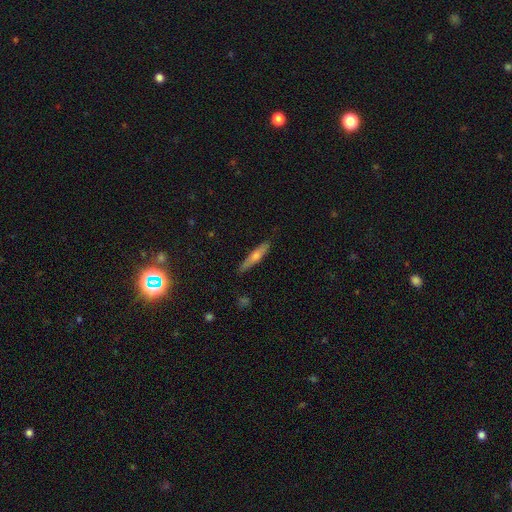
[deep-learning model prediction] smooth-or-featured: smooth: 50% | featured or disk: 43% | star or artifact: 7%
  how-rounded: cigar-shaped: 88% | in between: 10% | round: 2%
  merging: none: 86% | minor disturbance: 10% | major disturbance: 2% | merger: 1%